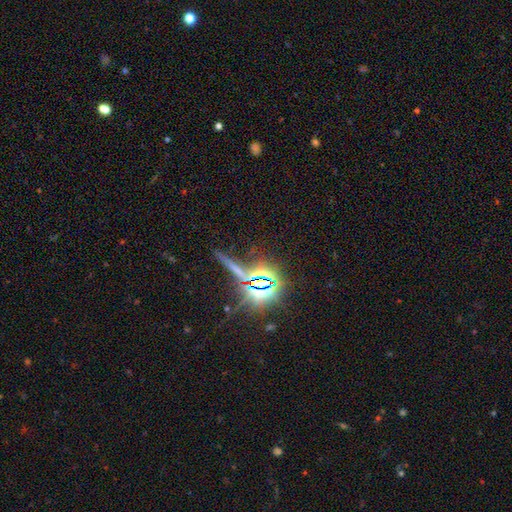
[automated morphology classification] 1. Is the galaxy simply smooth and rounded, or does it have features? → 77% star or artifact, 12% featured or disk, 11% smooth.